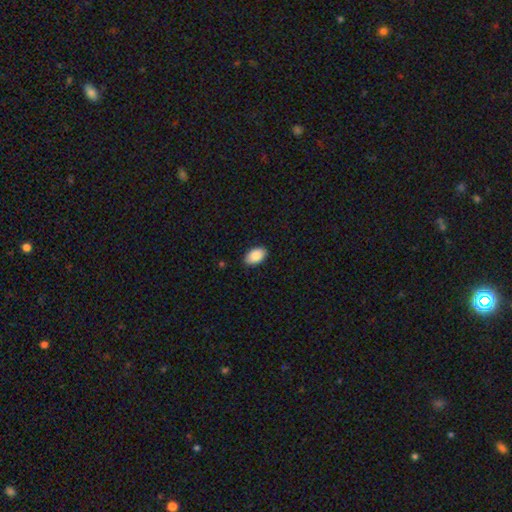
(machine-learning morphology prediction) This appears to be a smooth galaxy with no disk features (89%) that is in between round and cigar-shaped (94%). Merging: none (88%).